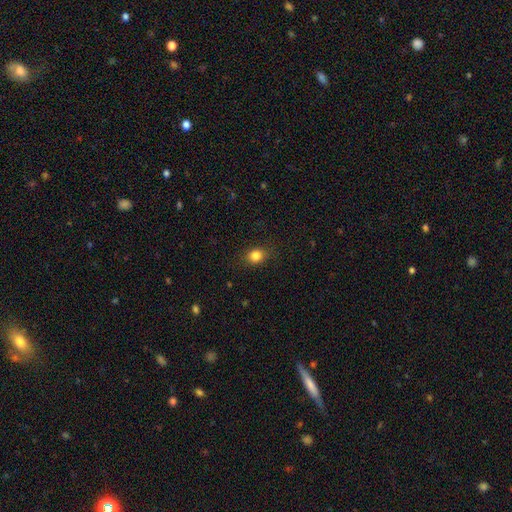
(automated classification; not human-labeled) smooth_or_featured: smooth (p=0.83) [alt: star or artifact p=0.11]
how_rounded: round (p=0.65) [alt: in between p=0.33]
merging: none (p=0.84) [alt: minor disturbance p=0.11]